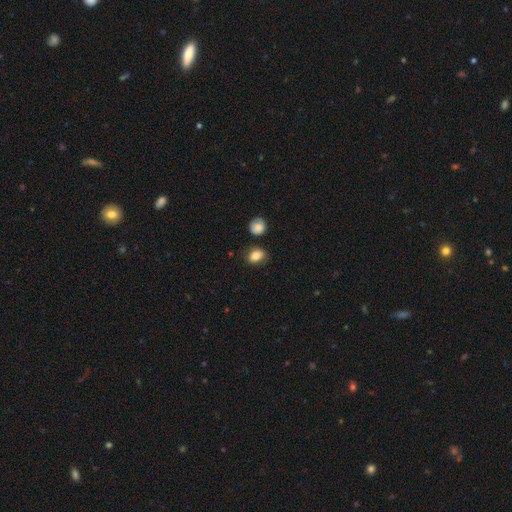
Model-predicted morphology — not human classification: This is clearly a smooth galaxy (83%). How rounded: likely in between (69%). Merging: likely none (77%).